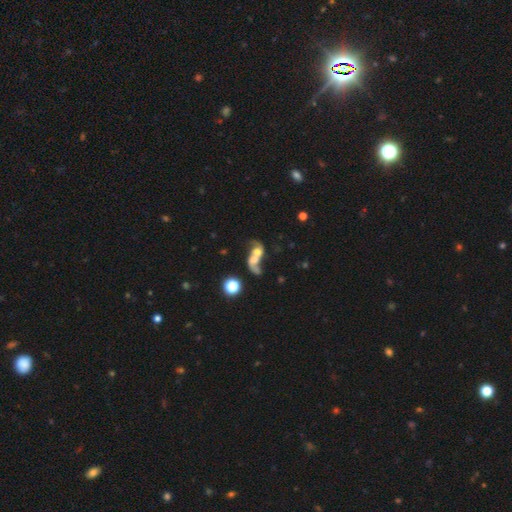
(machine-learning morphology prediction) Overall: featured or disk (60%; smooth 28%). Edge-on disk: no (96%). Bar: no (67%). Spiral arms: yes (74%). Bulge size: moderate (37%; small 22%). Merging: merger (64%).